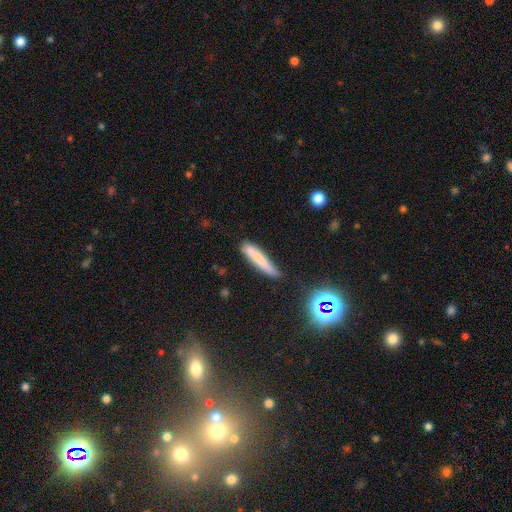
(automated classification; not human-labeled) This appears to be a smooth galaxy with no disk features (70%) that is cigar-shaped (91%). Merging: none (76%).